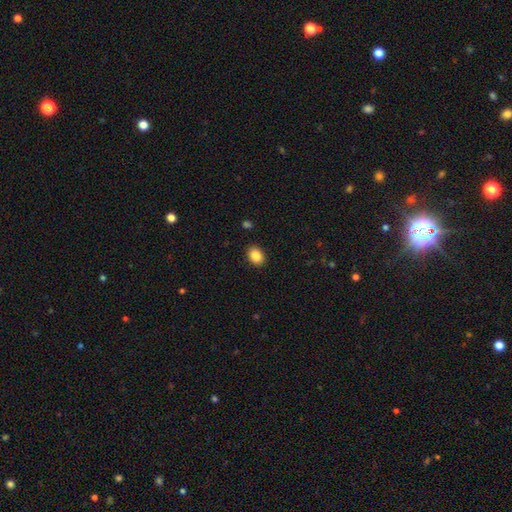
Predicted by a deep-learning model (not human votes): The model was most divided on "how rounded": in between: 74%, round: 25%, cigar-shaped: 1%. More confident: merging — none (89%); smooth or featured — smooth (87%).